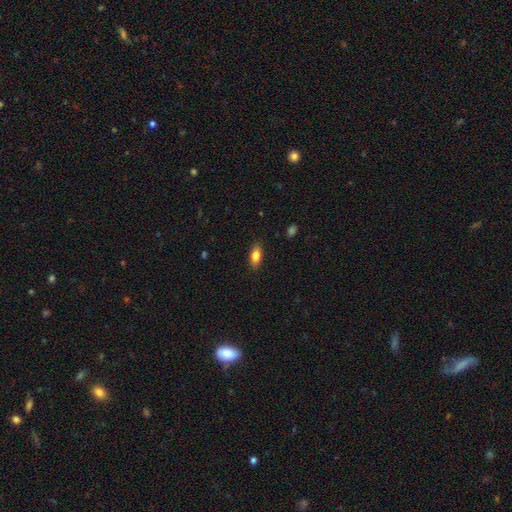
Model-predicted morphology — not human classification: smooth_or_featured: smooth (p=0.83) [alt: featured or disk p=0.10]
how_rounded: in between (p=0.82) [alt: cigar-shaped p=0.15]
merging: none (p=0.87) [alt: minor disturbance p=0.10]